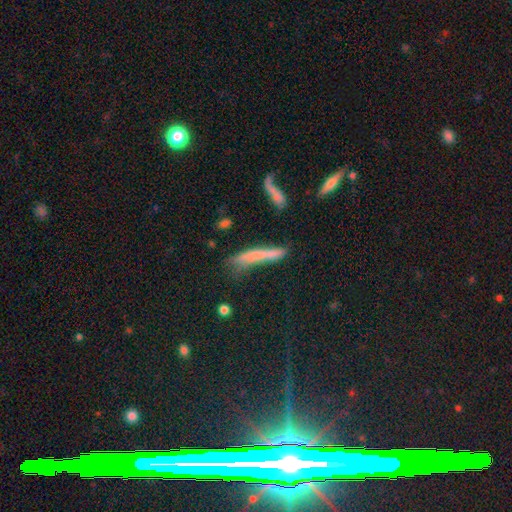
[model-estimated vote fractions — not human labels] A smooth galaxy with no disk features (65%) that is cigar-shaped (91%). Merging: none (45%).